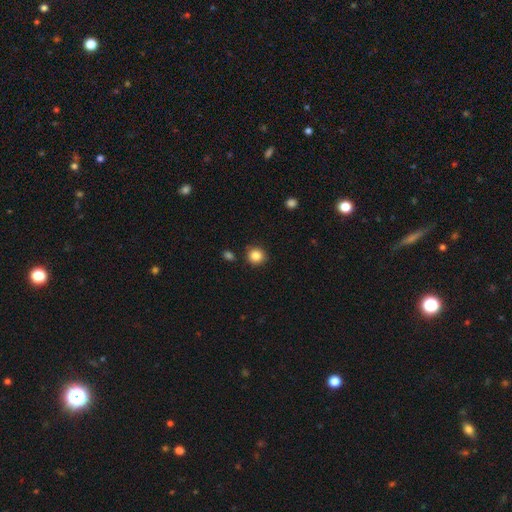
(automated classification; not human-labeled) Smooth or featured? smooth (85%)
How rounded? round (89%)
Merging? none (87%)